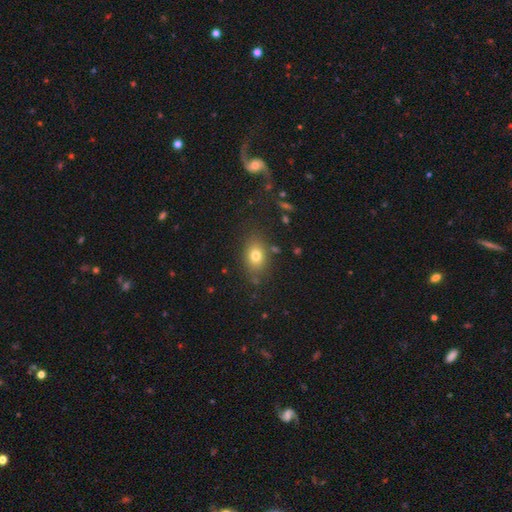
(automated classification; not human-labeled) Morphology: type=smooth (76%); roundness=in between (74%); merging=none (79%).